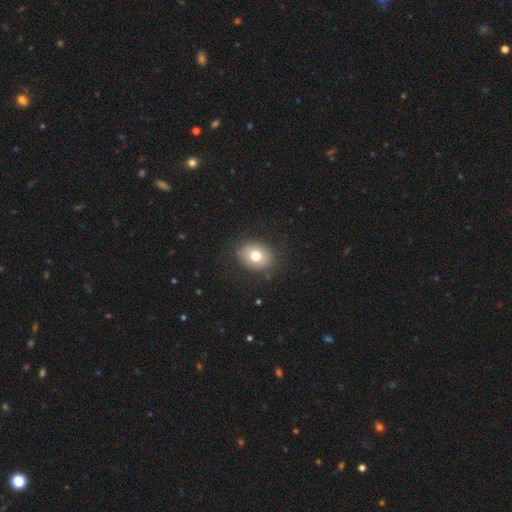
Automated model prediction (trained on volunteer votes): smooth-or-featured: smooth: 75% | featured or disk: 15% | star or artifact: 10%
  how-rounded: in between: 51% | round: 48% | cigar-shaped: 1%
  merging: none: 85% | minor disturbance: 10% | major disturbance: 4% | merger: 1%